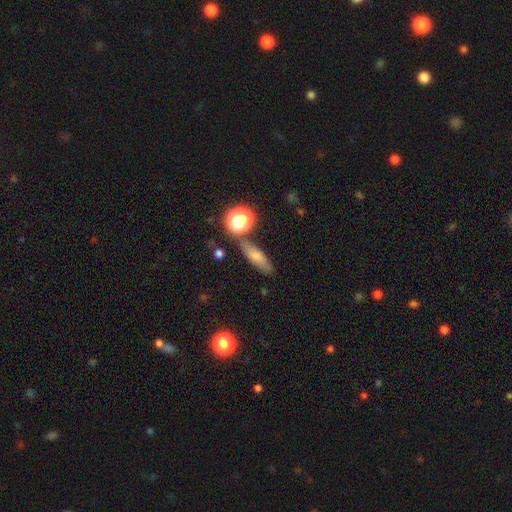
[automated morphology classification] A smooth galaxy with no disk features (66%) that is cigar-shaped (46%). Merging: none (72%).